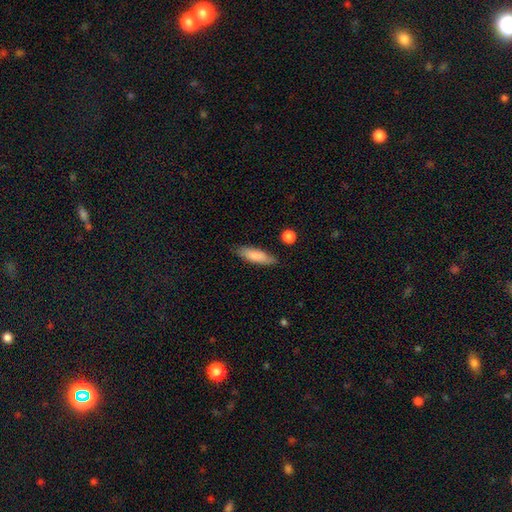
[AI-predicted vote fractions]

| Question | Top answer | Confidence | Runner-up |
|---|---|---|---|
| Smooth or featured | smooth | 82% | featured or disk (12%) |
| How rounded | cigar-shaped | 55% | in between (44%) |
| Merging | none | 81% | minor disturbance (15%) |